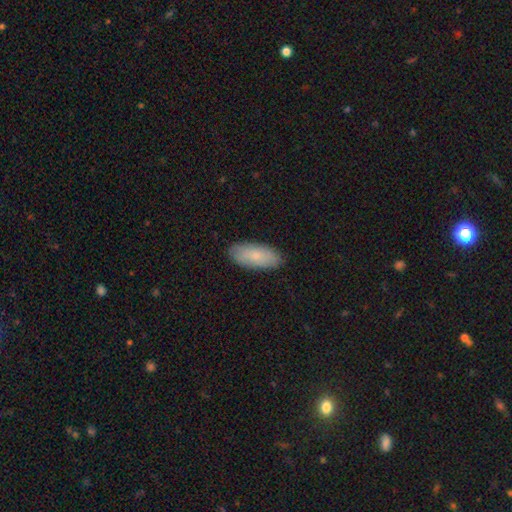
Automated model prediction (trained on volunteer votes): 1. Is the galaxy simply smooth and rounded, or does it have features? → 79% smooth, 15% featured or disk, 6% star or artifact.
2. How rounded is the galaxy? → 88% in between, 10% cigar-shaped, 2% round.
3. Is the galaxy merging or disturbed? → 87% none, 10% minor disturbance, 2% major disturbance, 1% merger.